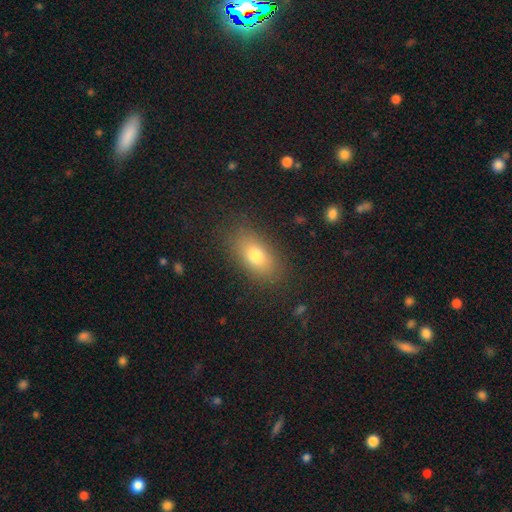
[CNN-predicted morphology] A smooth galaxy with no disk features (75%) that is in between round and cigar-shaped (84%). Merging: none (85%).